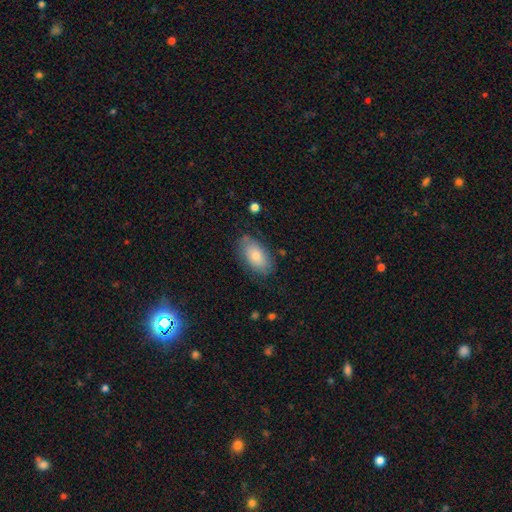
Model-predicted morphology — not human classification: Overall: smooth (77%). How rounded: in between (93%). Merging: none (73%).